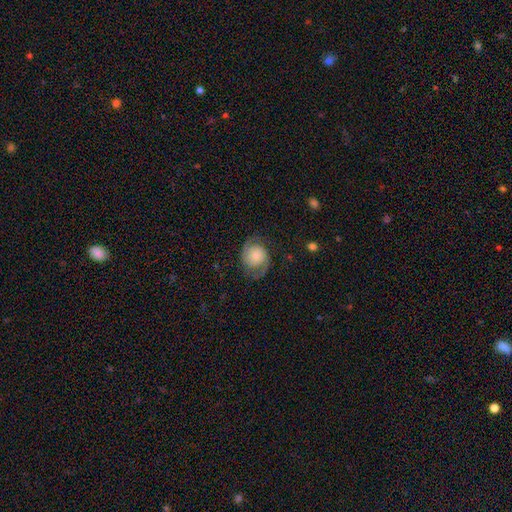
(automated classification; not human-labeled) This is likely a featured or disk galaxy (73%). It is clearly not viewed edge-on (98%). Bar: likely no (76%). Spiral arm pattern: clearly yes (95%). Spiral arm count: clearly 2 (92%). Spiral winding: possibly medium (47%). Central bulge: marginally small (41%). Merging: likely none (74%).